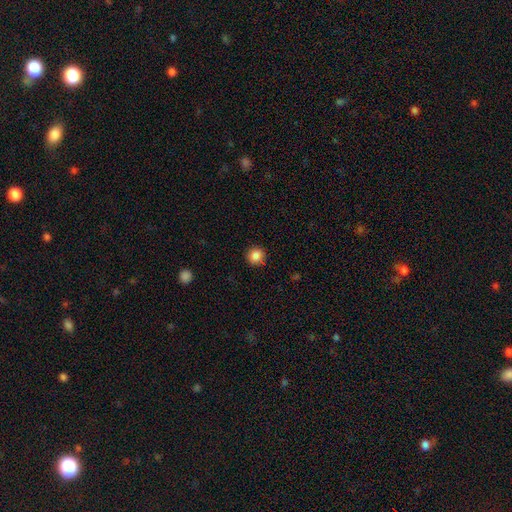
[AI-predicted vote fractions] The model was most divided on "smooth or featured": smooth: 86%, star or artifact: 10%, featured or disk: 4%. More confident: how rounded — round (91%); merging — none (90%).